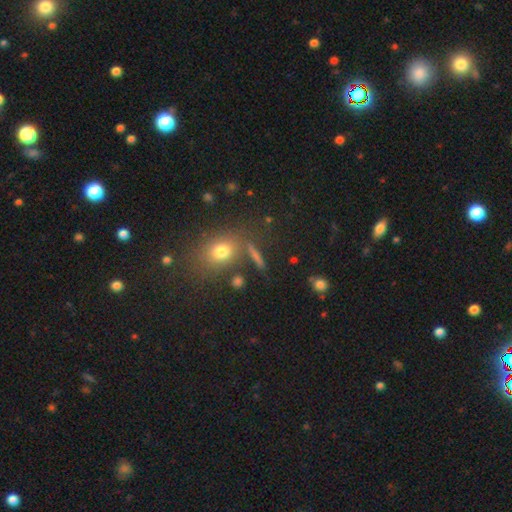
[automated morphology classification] smooth 54%, star or artifact 23%, featured or disk 23%. Down the decision tree: how rounded — cigar-shaped (44%); merging — none (77%).